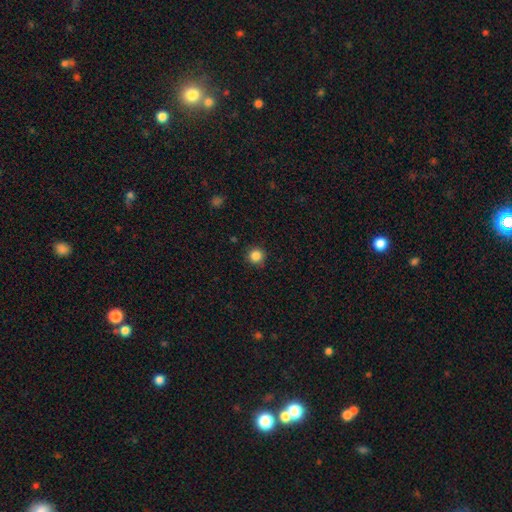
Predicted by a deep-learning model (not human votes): This is clearly a smooth galaxy (85%). How rounded: clearly round (95%). Merging: clearly none (88%).